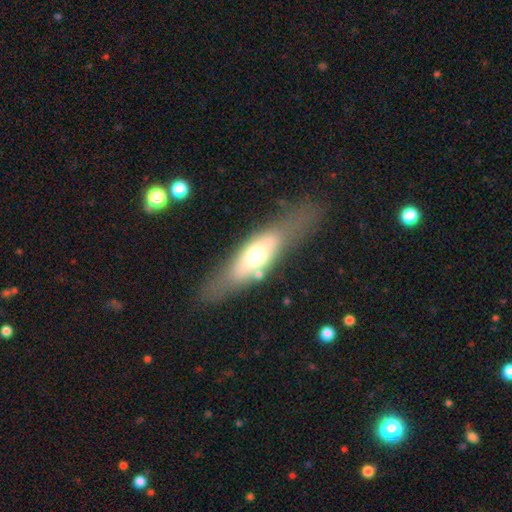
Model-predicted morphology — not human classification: The model was most divided on "smooth or featured": smooth: 48%, featured or disk: 45%, star or artifact: 7%. More confident: merging — none (67%).